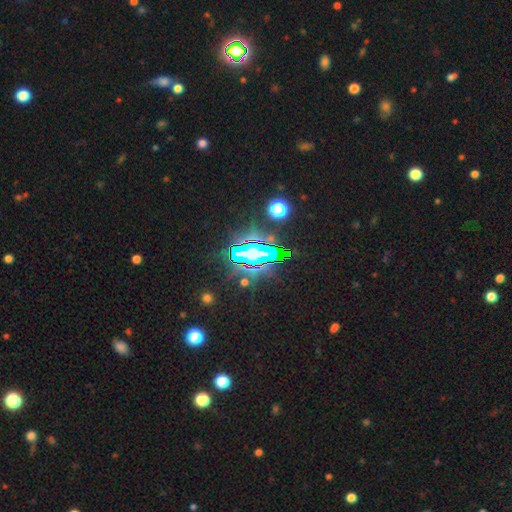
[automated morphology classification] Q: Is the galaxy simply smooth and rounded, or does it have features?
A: star or artifact — 83%.